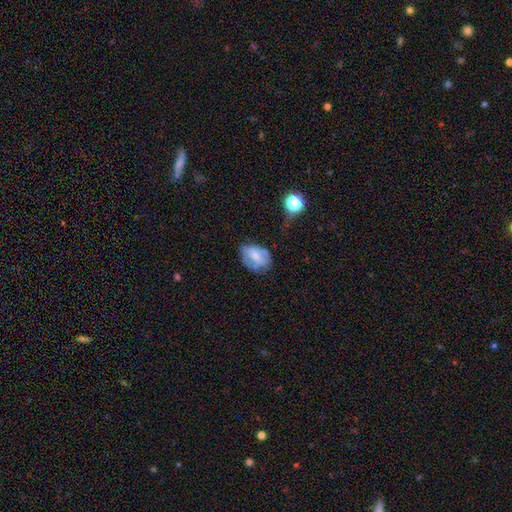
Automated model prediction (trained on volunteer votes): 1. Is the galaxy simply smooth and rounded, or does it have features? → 50% smooth, 41% featured or disk, 9% star or artifact.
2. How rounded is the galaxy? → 76% in between, 22% round, 2% cigar-shaped.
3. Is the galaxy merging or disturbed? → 45% none, 31% minor disturbance, 20% major disturbance, 4% merger.